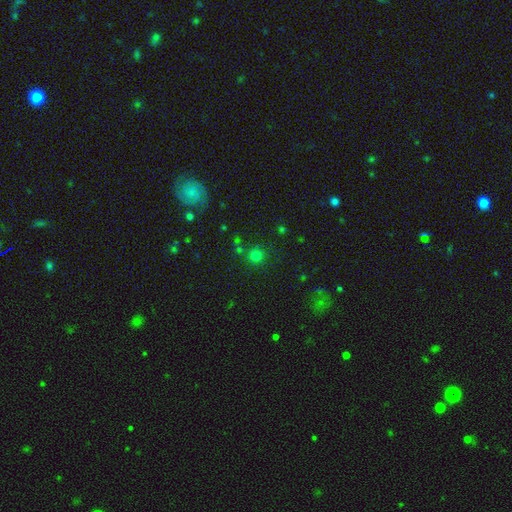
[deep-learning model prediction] A smooth galaxy with no disk features (73%) that is round (92%).

Vote fractions:
- Smooth or featured? smooth: 73% / star or artifact: 22% / featured or disk: 5%
- How rounded? round: 92% / in between: 7% / cigar-shaped: 1%
- Merging? none: 78% / minor disturbance: 9% / merger: 9% / major disturbance: 4%